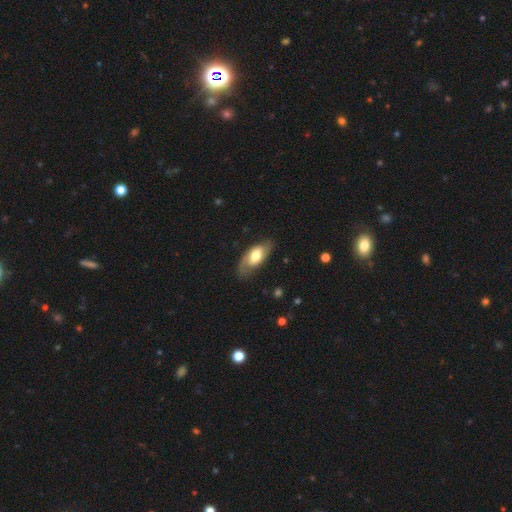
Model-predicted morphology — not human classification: A smooth galaxy with no disk features (51%) that is in between round and cigar-shaped (88%).

Vote fractions:
- Smooth or featured? smooth: 51% / featured or disk: 43% / star or artifact: 6%
- How rounded? in between: 88% / cigar-shaped: 8% / round: 4%
- Merging? none: 70% / minor disturbance: 21% / major disturbance: 8% / merger: 1%